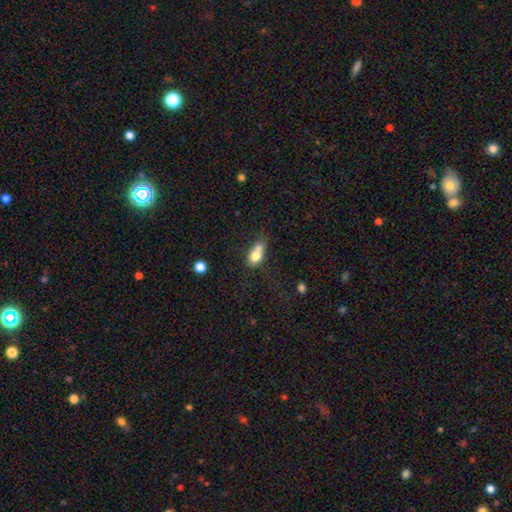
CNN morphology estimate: Smooth or featured?
  - smooth: 72% *
  - featured or disk: 18%
  - star or artifact: 10%
How rounded?
  - in between: 68% *
  - round: 26%
  - cigar-shaped: 5%
Merging?
  - merger: 46% *
  - none: 28%
  - minor disturbance: 17%
  - major disturbance: 10%